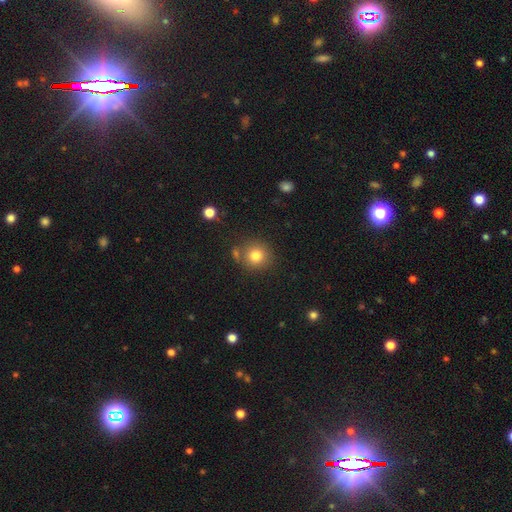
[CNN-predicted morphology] type=smooth (80%); roundness=round (90%); merging=none (76%).